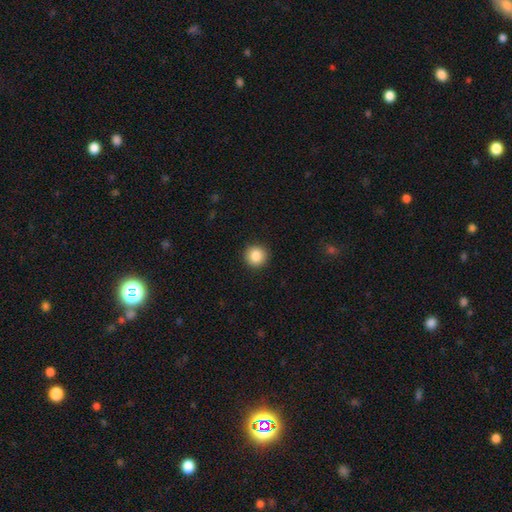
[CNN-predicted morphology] Smooth or featured?
  - smooth: 86% *
  - star or artifact: 9%
  - featured or disk: 5%
How rounded?
  - round: 94% *
  - in between: 5%
  - cigar-shaped: 1%
Merging?
  - none: 92% *
  - minor disturbance: 5%
  - major disturbance: 2%
  - merger: 1%